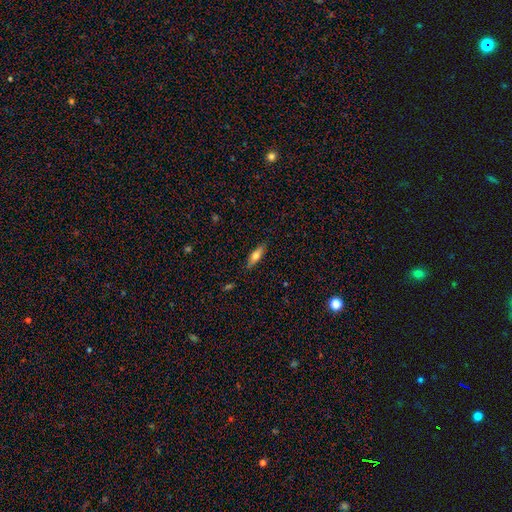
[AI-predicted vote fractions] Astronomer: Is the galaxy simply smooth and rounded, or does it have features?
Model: smooth — 64%.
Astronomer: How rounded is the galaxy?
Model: cigar-shaped — 49%, tied with in between at 49%.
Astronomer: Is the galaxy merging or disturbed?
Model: none — 87%.